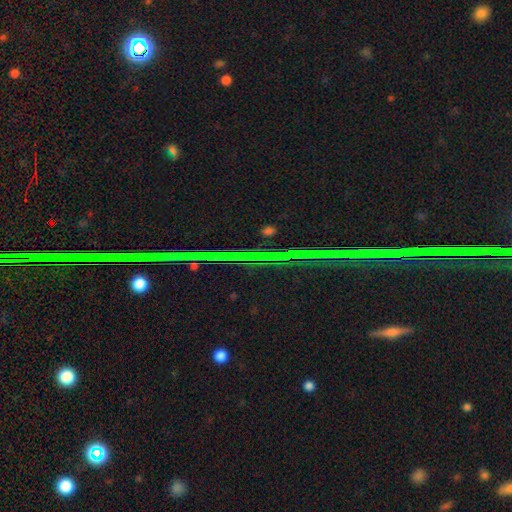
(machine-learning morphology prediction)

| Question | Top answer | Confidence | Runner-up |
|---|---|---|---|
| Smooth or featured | star or artifact | 87% | featured or disk (8%) |